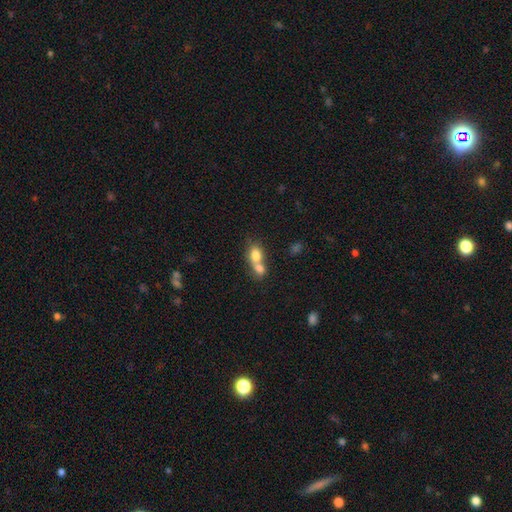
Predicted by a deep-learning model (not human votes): Smooth or featured? Predicted: smooth (p=0.76). How rounded? Predicted: in between (p=0.60). Merging? Predicted: merger (p=0.73).